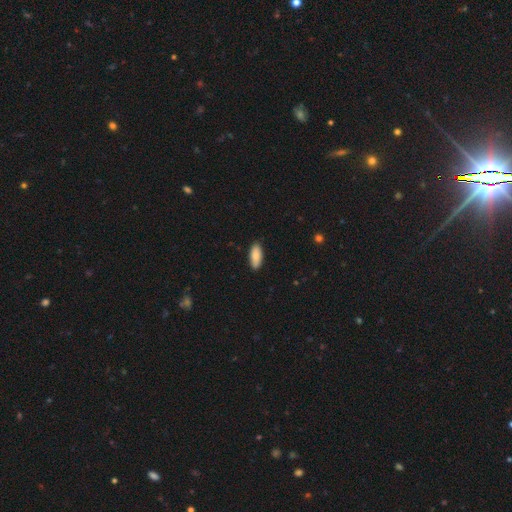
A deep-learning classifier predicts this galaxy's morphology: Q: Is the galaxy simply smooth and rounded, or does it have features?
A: smooth — 86%.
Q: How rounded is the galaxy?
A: in between — 80%.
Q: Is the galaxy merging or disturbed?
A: none — 87%.